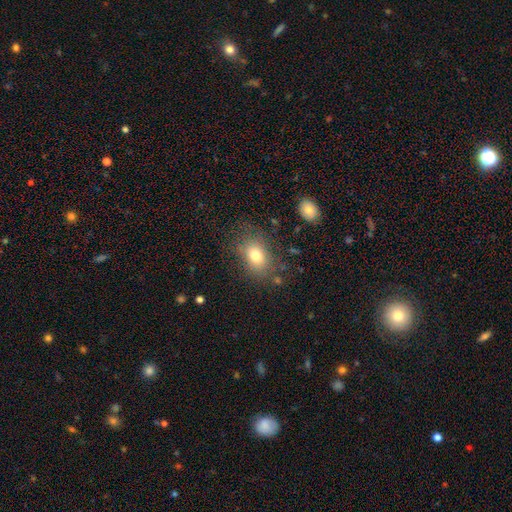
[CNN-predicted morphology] Smooth or featured? Predicted: smooth (p=0.77). How rounded? Predicted: in between (p=0.73). Merging? Predicted: none (p=0.74).